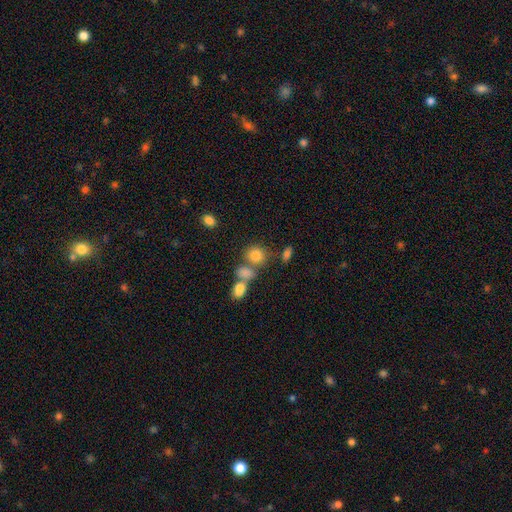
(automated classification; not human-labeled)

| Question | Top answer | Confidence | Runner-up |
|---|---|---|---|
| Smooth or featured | smooth | 80% | star or artifact (11%) |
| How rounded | round | 68% | in between (30%) |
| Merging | none | 52% | merger (31%) |